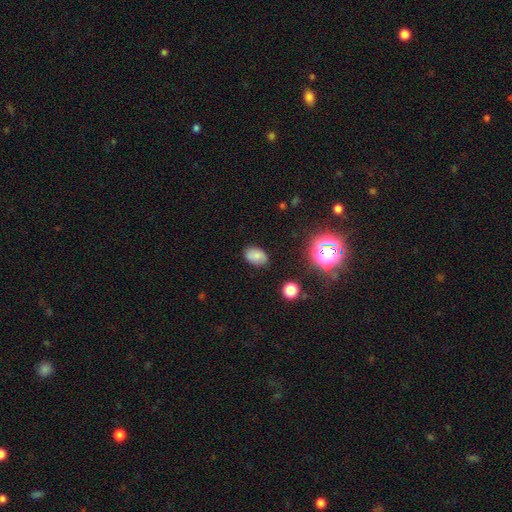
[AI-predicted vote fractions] Smooth or featured? smooth (72%)
How rounded? in between (83%)
Merging? none (81%)